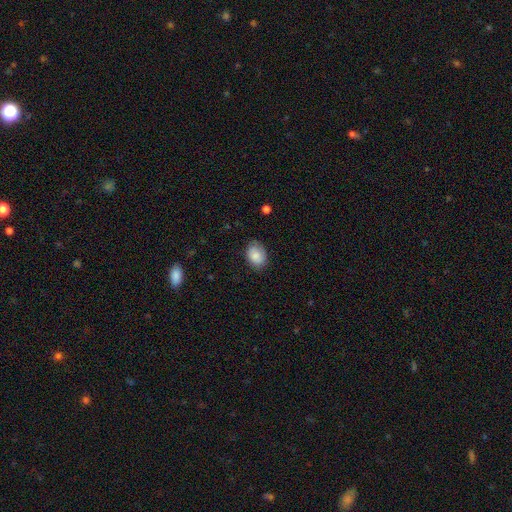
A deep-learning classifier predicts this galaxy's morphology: type=smooth (84%); roundness=in between (75%); merging=none (74%).